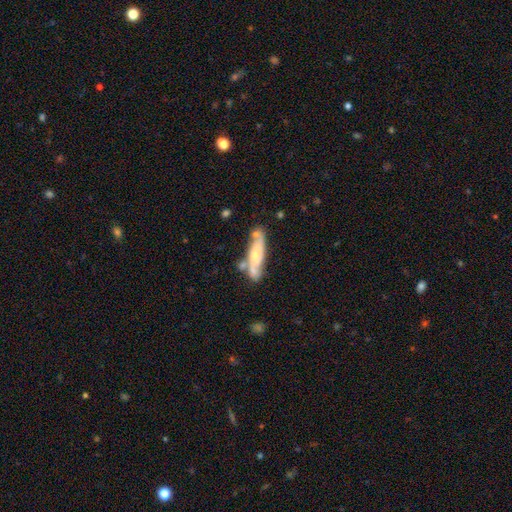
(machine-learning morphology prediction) The model was most divided on "smooth or featured": smooth: 48%, featured or disk: 46%, star or artifact: 6%. More confident: merging — none (51%).